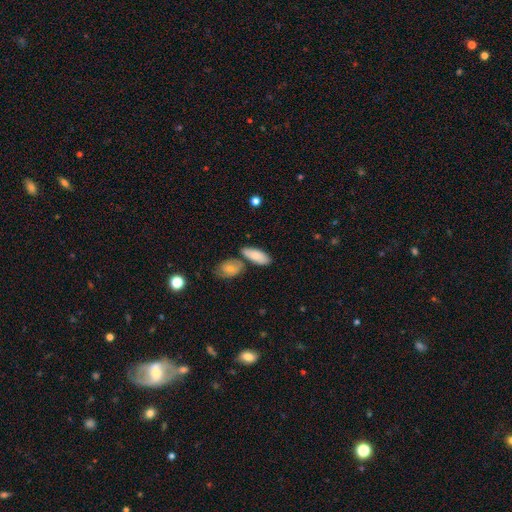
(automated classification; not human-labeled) Morphology: type=smooth (80%); roundness=in between (81%); merging=none (56%).